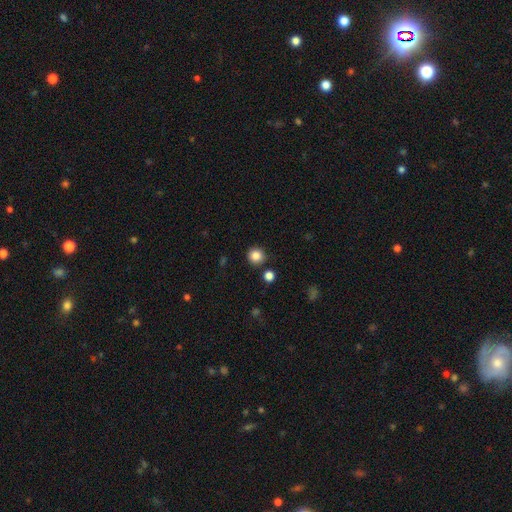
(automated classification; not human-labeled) Smooth or featured?
  - smooth: 84% *
  - star or artifact: 11%
  - featured or disk: 5%
How rounded?
  - round: 92% *
  - in between: 7%
  - cigar-shaped: 1%
Merging?
  - none: 88% *
  - minor disturbance: 6%
  - merger: 4%
  - major disturbance: 2%